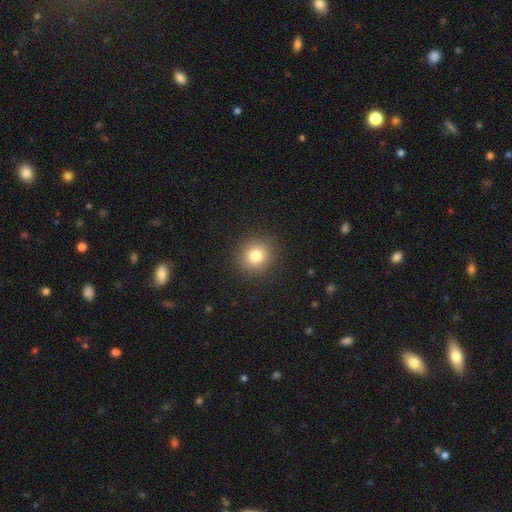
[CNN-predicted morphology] smooth 81%, star or artifact 12%, featured or disk 7%. Down the decision tree: how rounded — round (88%); merging — none (91%).